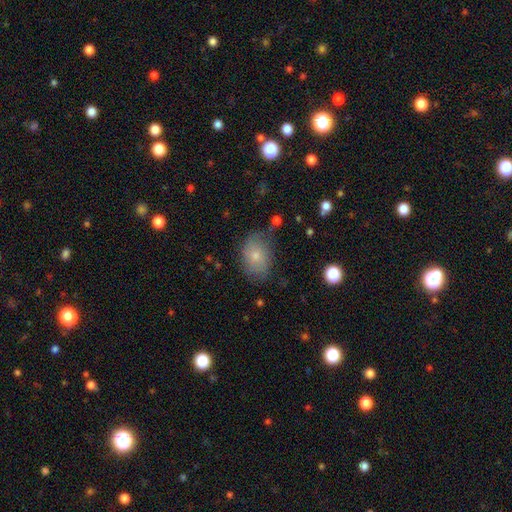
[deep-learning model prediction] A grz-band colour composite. It shows a smooth galaxy with no disk features (72%) that is in between round and cigar-shaped (76%). Merging: none (67%).